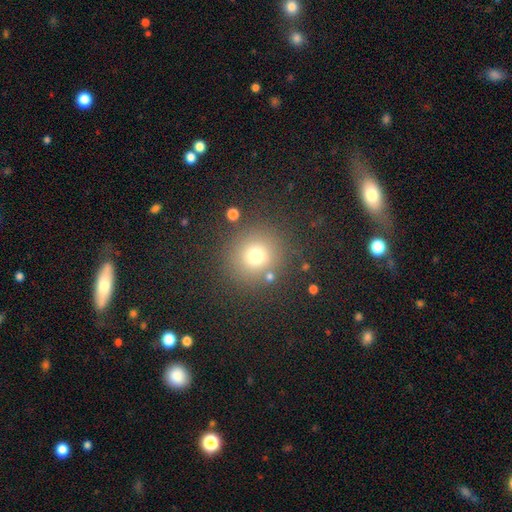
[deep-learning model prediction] Q: Smooth or featured?
A: smooth (73%); runner-up: star or artifact (17%)
Q: How rounded?
A: round (93%); runner-up: in between (6%)
Q: Merging?
A: none (83%); runner-up: minor disturbance (8%)